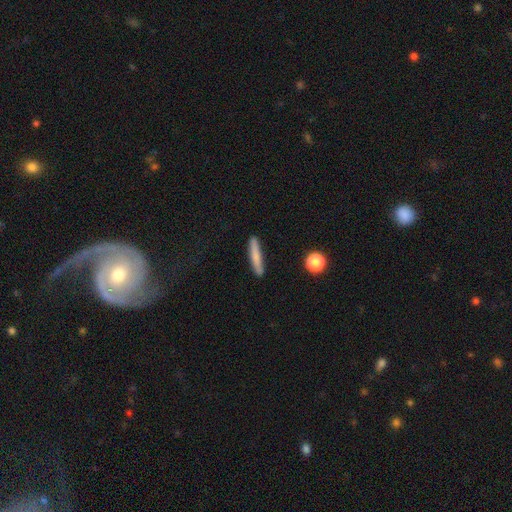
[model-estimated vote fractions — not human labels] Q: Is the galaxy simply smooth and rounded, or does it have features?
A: smooth — 73%.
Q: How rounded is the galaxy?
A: cigar-shaped — 93%.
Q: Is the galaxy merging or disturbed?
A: none — 85%.